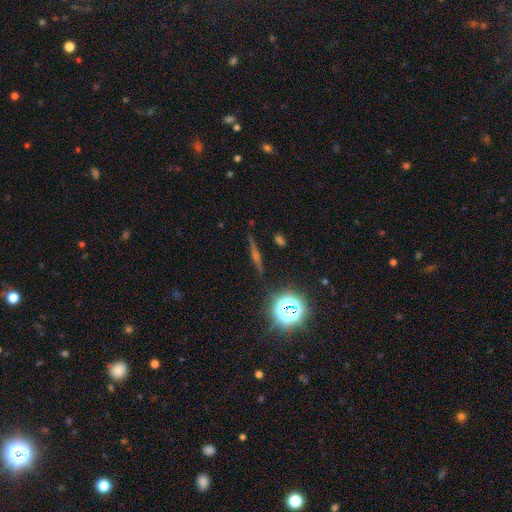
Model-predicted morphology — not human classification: The model was most divided on "smooth or featured": featured or disk: 49%, star or artifact: 28%, smooth: 23%. More confident: merging — none (89%).